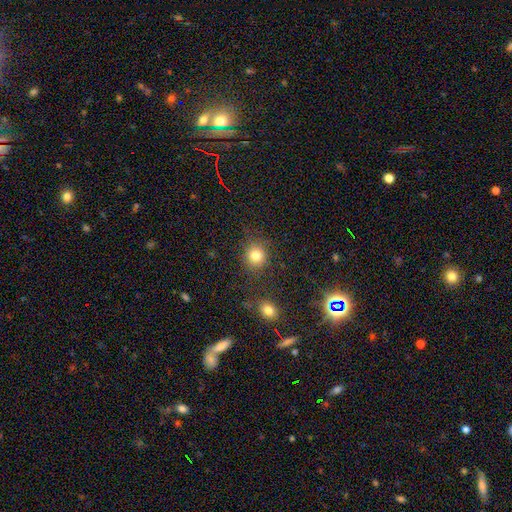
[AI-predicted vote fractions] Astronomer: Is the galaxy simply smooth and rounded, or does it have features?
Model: smooth — 81%.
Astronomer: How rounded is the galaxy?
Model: round — 86%.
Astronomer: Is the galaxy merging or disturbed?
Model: none — 81%.